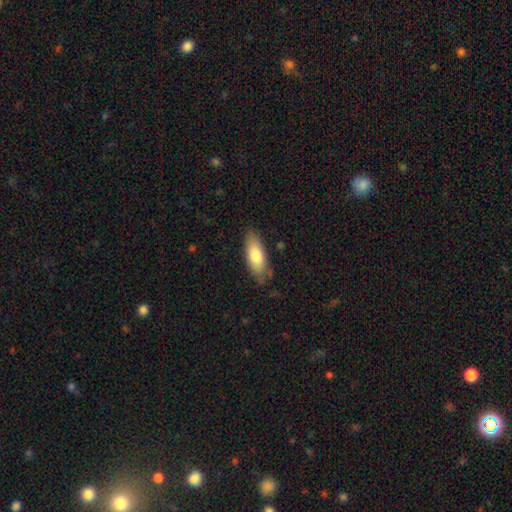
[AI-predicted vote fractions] smooth-or-featured: smooth: 75% | featured or disk: 19% | star or artifact: 6%
  how-rounded: in between: 72% | cigar-shaped: 26% | round: 2%
  merging: none: 79% | minor disturbance: 16% | major disturbance: 3% | merger: 2%